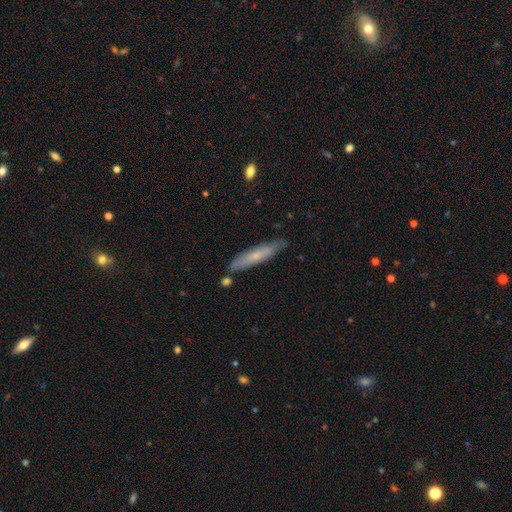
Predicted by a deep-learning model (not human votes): Smooth or featured?
  - smooth: 62% *
  - featured or disk: 32%
  - star or artifact: 6%
How rounded?
  - cigar-shaped: 89% *
  - in between: 10%
  - round: 1%
Merging?
  - none: 80% *
  - minor disturbance: 14%
  - merger: 4%
  - major disturbance: 2%